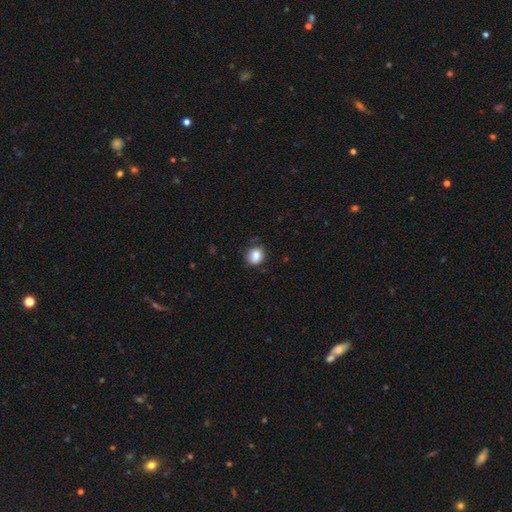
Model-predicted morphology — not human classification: type=smooth (86%); roundness=round (67%); merging=none (77%).